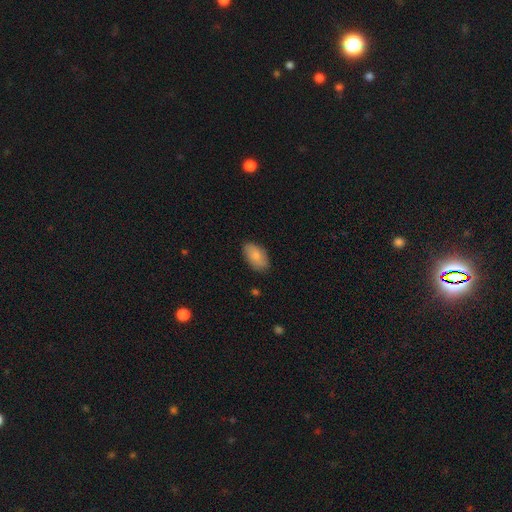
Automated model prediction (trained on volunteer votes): Smooth or featured?
  - smooth: 80% *
  - featured or disk: 14%
  - star or artifact: 6%
How rounded?
  - in between: 93% *
  - round: 5%
  - cigar-shaped: 2%
Merging?
  - none: 83% *
  - minor disturbance: 13%
  - major disturbance: 3%
  - merger: 1%